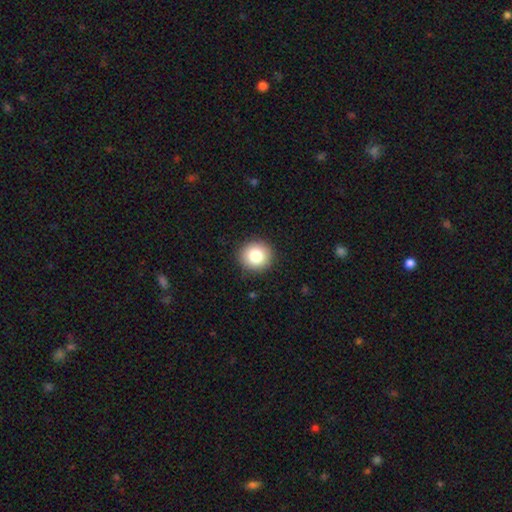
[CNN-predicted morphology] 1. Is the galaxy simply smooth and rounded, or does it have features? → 82% smooth, 10% star or artifact, 8% featured or disk.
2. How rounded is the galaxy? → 92% round, 7% in between, 1% cigar-shaped.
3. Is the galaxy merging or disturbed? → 91% none, 6% minor disturbance, 2% major disturbance, 1% merger.